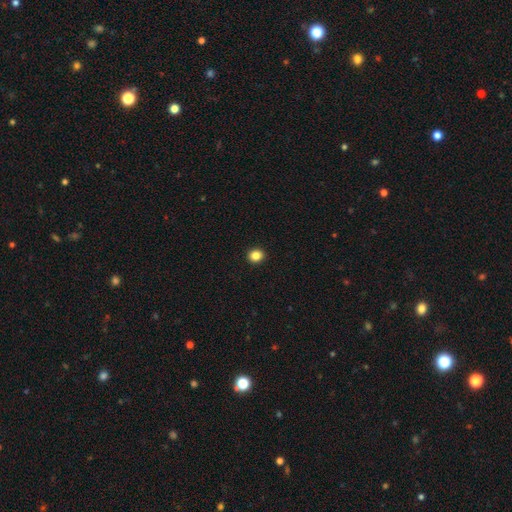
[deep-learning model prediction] Smooth or featured? smooth (85%)
How rounded? round (78%)
Merging? none (93%)